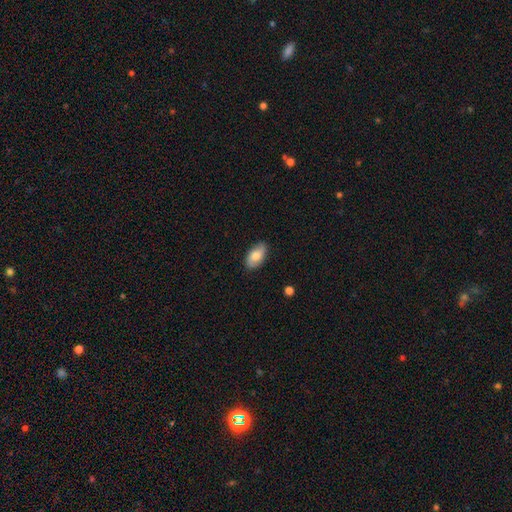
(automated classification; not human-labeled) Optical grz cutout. It shows a smooth galaxy with no disk features (73%) that is in between round and cigar-shaped (94%). Merging: none (85%).